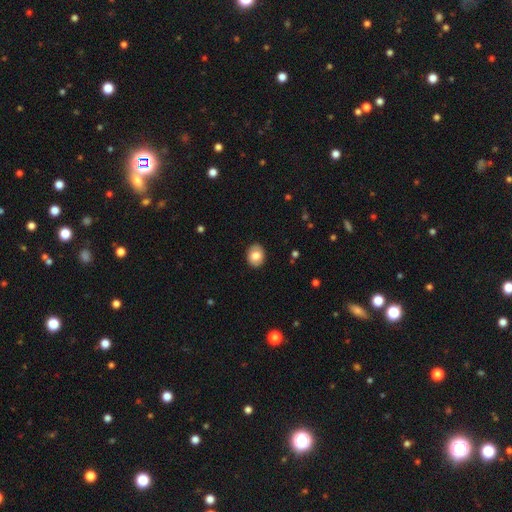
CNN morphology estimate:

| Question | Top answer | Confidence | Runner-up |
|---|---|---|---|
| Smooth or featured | smooth | 80% | featured or disk (13%) |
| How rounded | in between | 55% | round (44%) |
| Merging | none | 90% | minor disturbance (7%) |